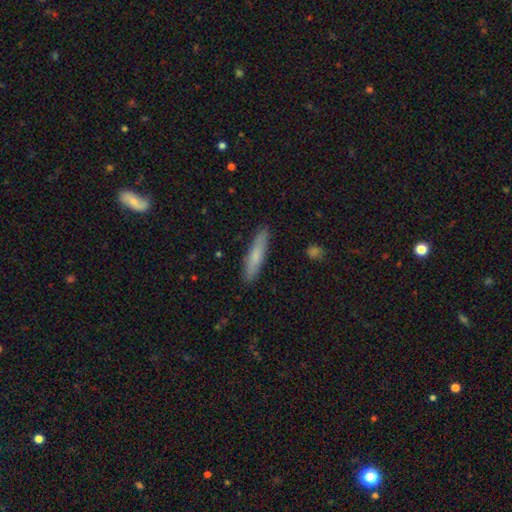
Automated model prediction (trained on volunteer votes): Smooth or featured: smooth — 73% (featured or disk — 21%)
How rounded: cigar-shaped — 88% (in between — 11%)
Merging: none — 90% (minor disturbance — 7%)